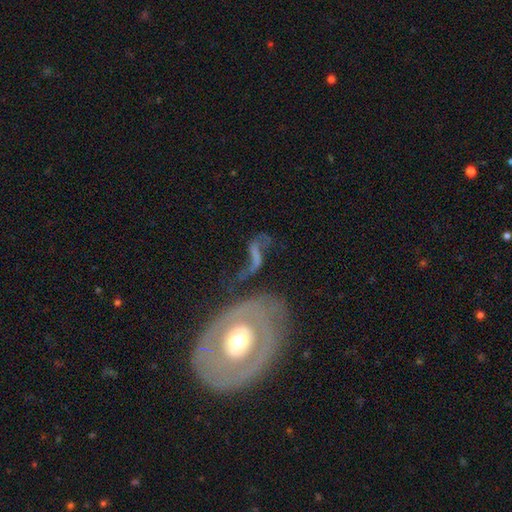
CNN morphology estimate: smooth-or-featured: featured or disk: 62% | smooth: 25% | star or artifact: 13%
  disk-edge-on: no: 92% | yes: 8%
    bar: no: 44% | weak: 30% | strong: 26%
    has-spiral-arms: yes: 68% | no: 32%
    bulge-size: none: 38% | moderate: 28% | small: 26% | large: 5% | dominant: 3%
  merging: major disturbance: 34% | none: 27% | merger: 25% | minor disturbance: 14%